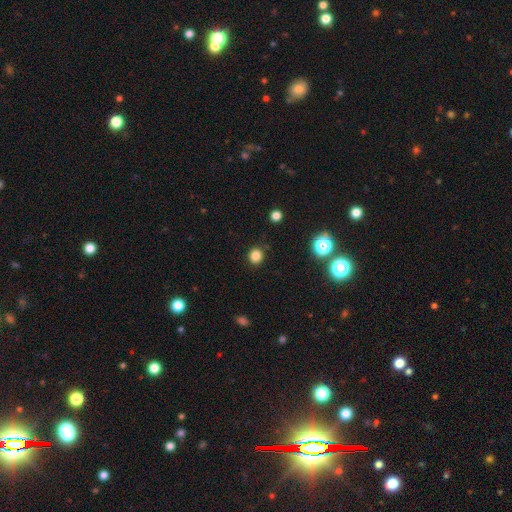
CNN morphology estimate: Smooth or featured?
  - smooth: 82% *
  - star or artifact: 14%
  - featured or disk: 4%
How rounded?
  - round: 85% *
  - in between: 14%
  - cigar-shaped: 1%
Merging?
  - none: 88% *
  - minor disturbance: 8%
  - major disturbance: 3%
  - merger: 2%